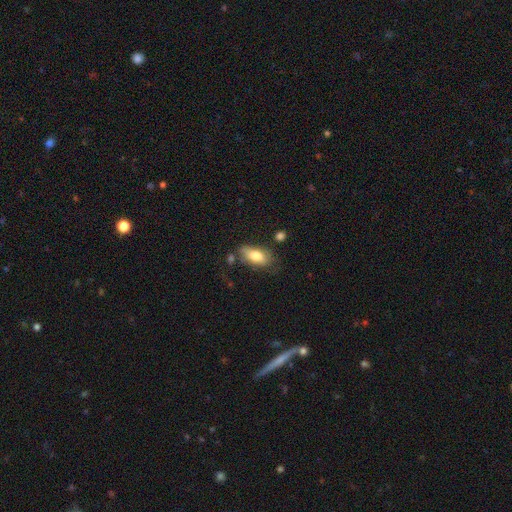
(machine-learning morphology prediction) smooth_or_featured: smooth (p=0.77) [alt: featured or disk p=0.17]
how_rounded: in between (p=0.89) [alt: cigar-shaped p=0.08]
merging: none (p=0.56) [alt: minor disturbance p=0.26]